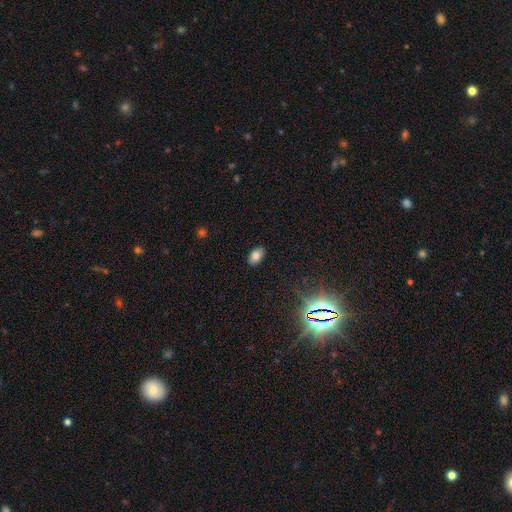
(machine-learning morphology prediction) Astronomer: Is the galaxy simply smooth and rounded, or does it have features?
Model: smooth — 78%.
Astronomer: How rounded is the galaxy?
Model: in between — 91%.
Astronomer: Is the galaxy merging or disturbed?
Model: none — 87%.